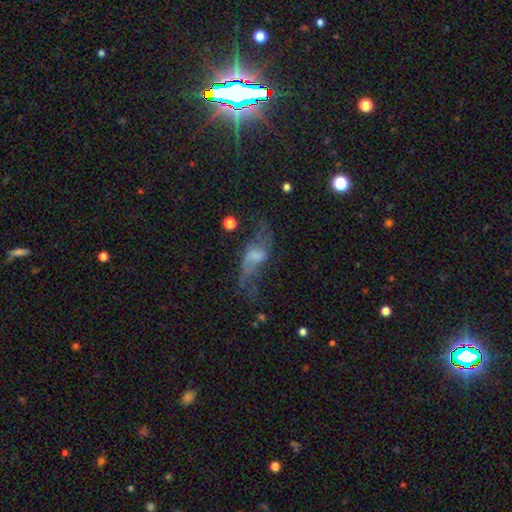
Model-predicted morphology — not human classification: Q: Smooth or featured?
A: featured or disk (61%); runner-up: smooth (24%)
Q: Edge-on disk?
A: no (89%); runner-up: yes (11%)
Q: Bar?
A: weak (46%); runner-up: no (39%)
Q: Spiral arms?
A: yes (75%); runner-up: no (25%)
Q: Bulge size?
A: small (37%); runner-up: moderate (29%)
Q: Merging?
A: none (44%); runner-up: major disturbance (30%)